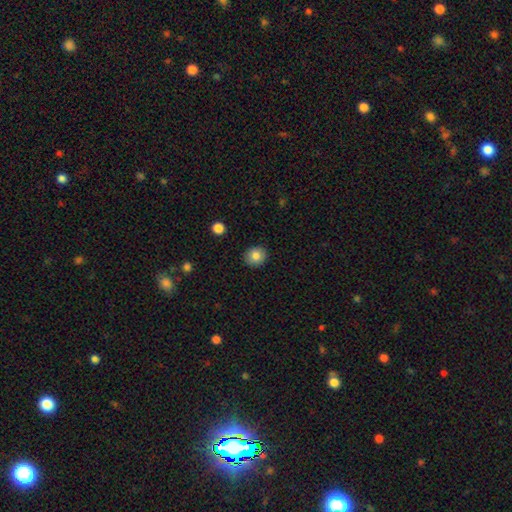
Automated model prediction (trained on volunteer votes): smooth-or-featured: smooth: 82% | star or artifact: 9% | featured or disk: 9%
  how-rounded: round: 79% | in between: 20% | cigar-shaped: 1%
  merging: none: 90% | minor disturbance: 7% | major disturbance: 2% | merger: 1%